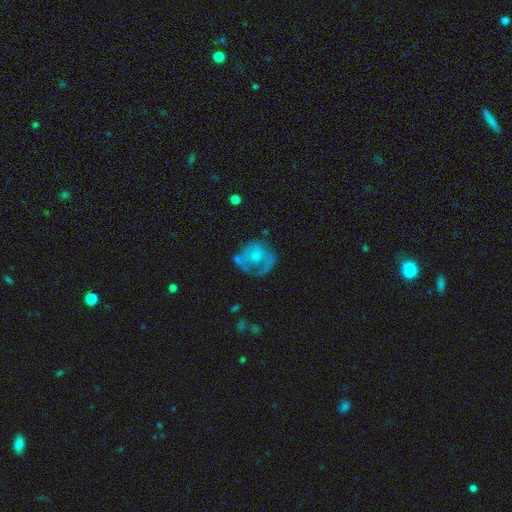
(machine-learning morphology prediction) This appears to be a featured or disk galaxy (50%). Merging: none (45%).